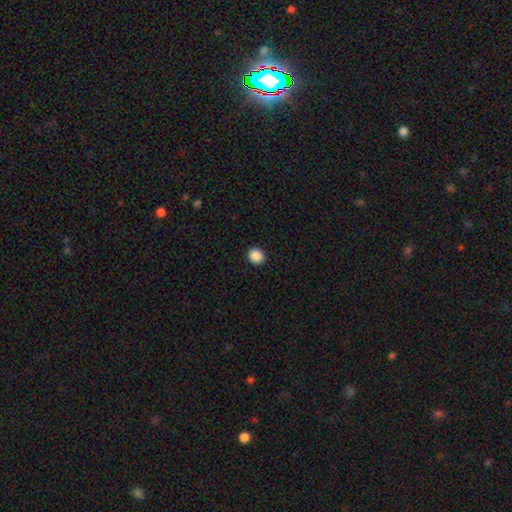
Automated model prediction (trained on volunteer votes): Smooth or featured? Predicted: smooth (p=0.89). How rounded? Predicted: round (p=0.90). Merging? Predicted: none (p=0.92).